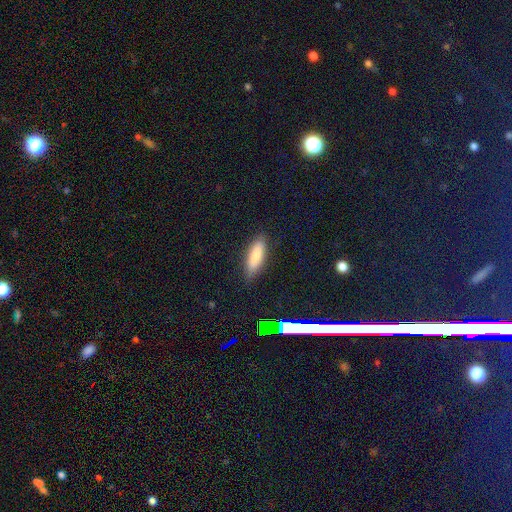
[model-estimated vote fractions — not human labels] This appears to be a smooth galaxy with no disk features (80%) that is cigar-shaped (50%). Merging: none (85%).